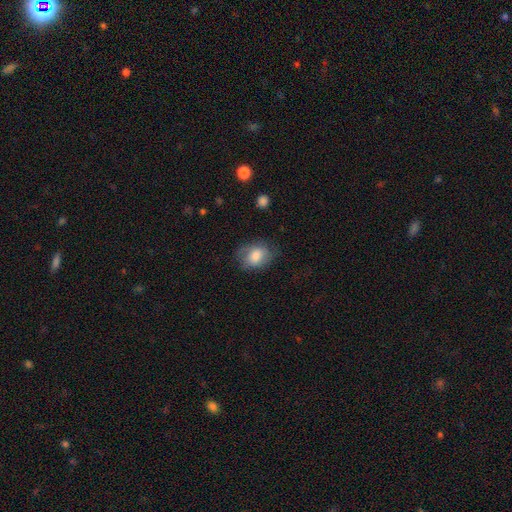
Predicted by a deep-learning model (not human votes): Smooth or featured? Predicted: smooth (p=0.74). How rounded? Predicted: in between (p=0.65). Merging? Predicted: none (p=0.64).